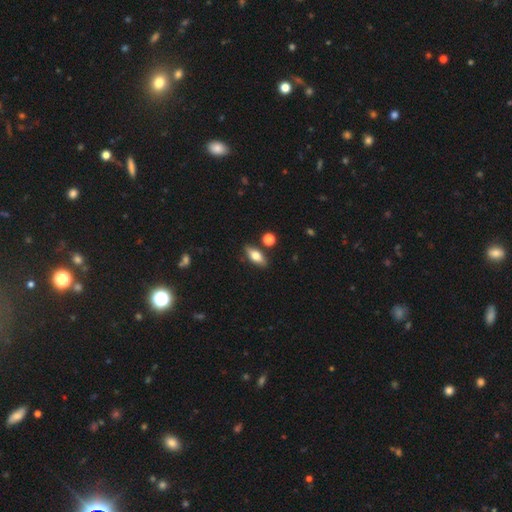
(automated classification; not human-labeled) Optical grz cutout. It shows a smooth galaxy with no disk features (61%) that is in between round and cigar-shaped (72%). Merging: none (83%).